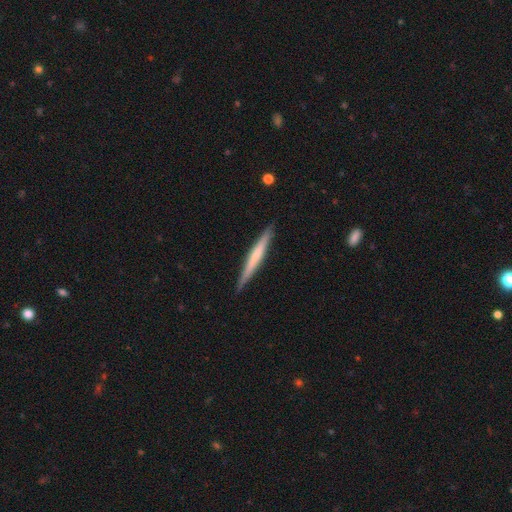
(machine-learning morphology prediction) This appears to be a smooth galaxy with no disk features (48%). Merging: none (90%).